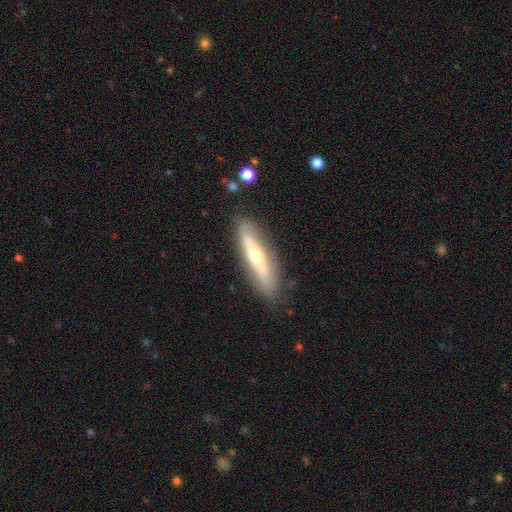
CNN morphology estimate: Smooth or featured? featured or disk (57%)
Edge-on disk? yes (62%)
Merging? none (84%)